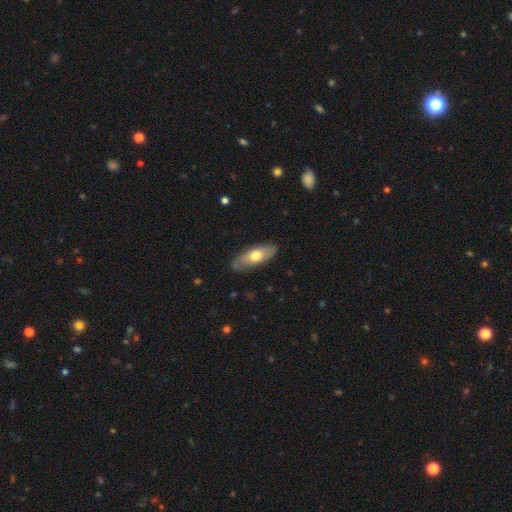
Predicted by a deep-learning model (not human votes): Smooth or featured? smooth (60%)
How rounded? in between (78%)
Merging? none (84%)